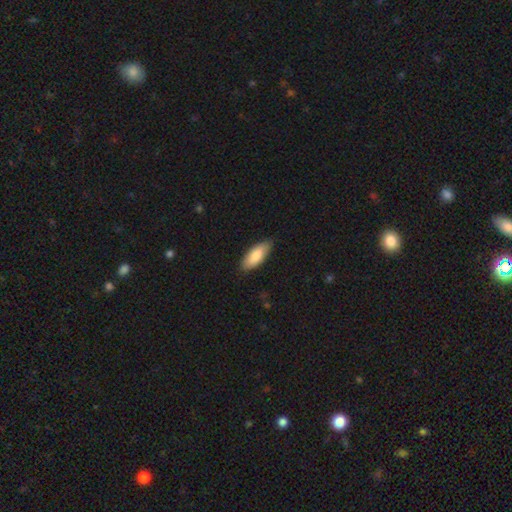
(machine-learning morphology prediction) Smooth or featured: smooth — 85% (featured or disk — 10%)
How rounded: in between — 78% (cigar-shaped — 20%)
Merging: none — 83% (minor disturbance — 14%)